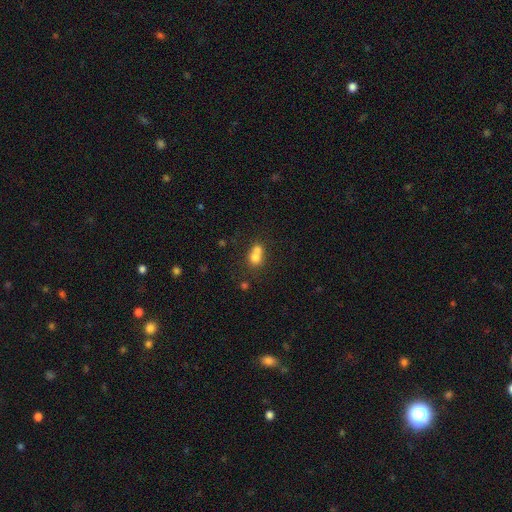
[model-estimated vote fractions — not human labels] smooth-or-featured: smooth: 71% | featured or disk: 17% | star or artifact: 12%
  how-rounded: round: 66% | in between: 32% | cigar-shaped: 1%
  merging: merger: 64% | none: 26% | minor disturbance: 7% | major disturbance: 4%